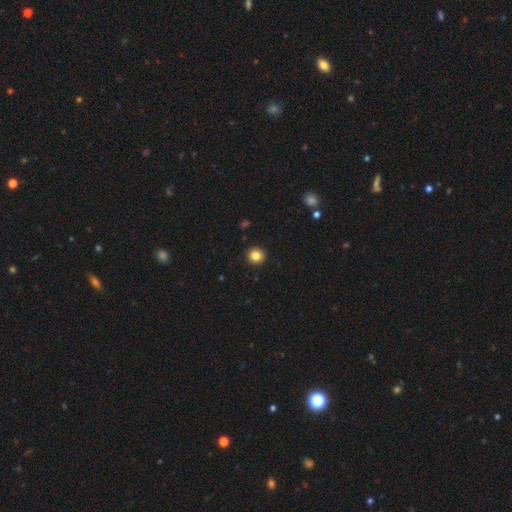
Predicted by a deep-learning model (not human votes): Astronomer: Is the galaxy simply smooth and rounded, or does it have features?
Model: smooth — 84%.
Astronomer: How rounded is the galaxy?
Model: round — 93%.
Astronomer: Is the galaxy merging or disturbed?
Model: none — 93%.